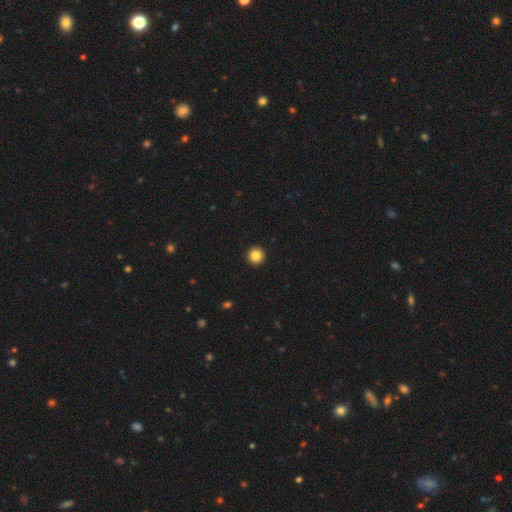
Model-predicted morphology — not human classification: Q: Smooth or featured?
A: smooth (85%); runner-up: star or artifact (10%)
Q: How rounded?
A: round (96%); runner-up: in between (3%)
Q: Merging?
A: none (94%); runner-up: minor disturbance (3%)